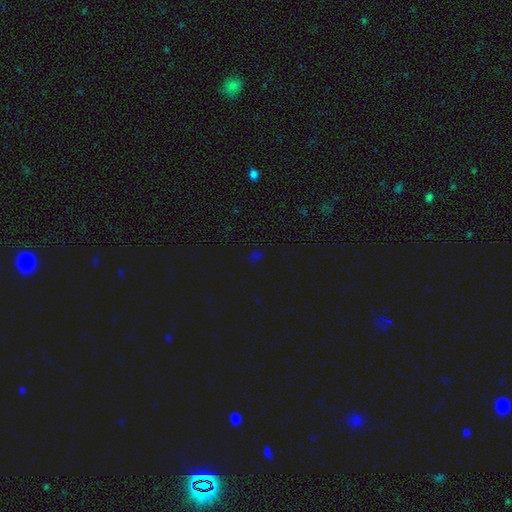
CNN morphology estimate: A star or artifact, not a galaxy (60%).

Vote fractions:
- Smooth or featured? star or artifact: 60% / smooth: 33% / featured or disk: 6%